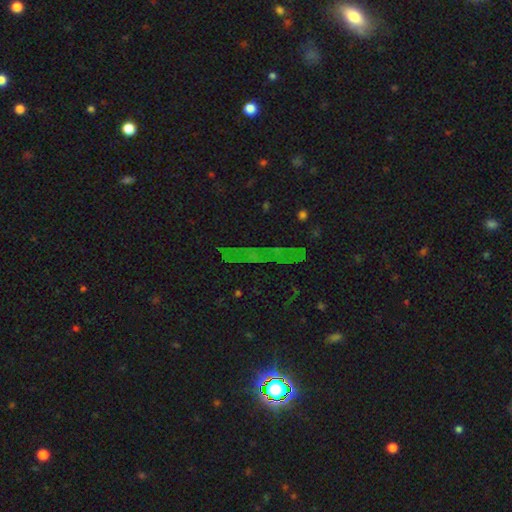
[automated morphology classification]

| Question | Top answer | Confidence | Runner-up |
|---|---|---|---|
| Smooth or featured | star or artifact | 65% | smooth (18%) |